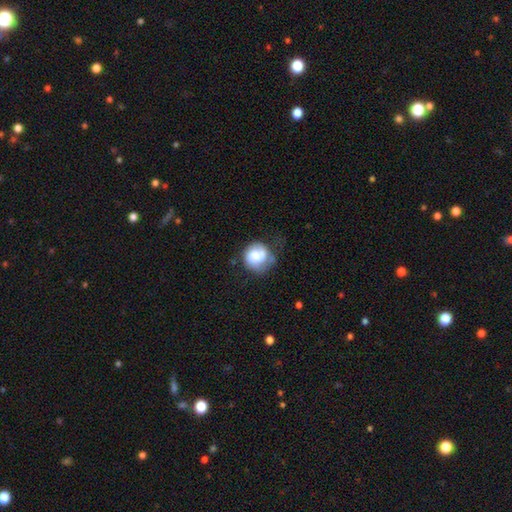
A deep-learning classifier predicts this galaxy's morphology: The model was most divided on "merging": none: 46%, minor disturbance: 32%, major disturbance: 16%, merger: 6%. More confident: how rounded — round (85%); smooth or featured — smooth (64%).